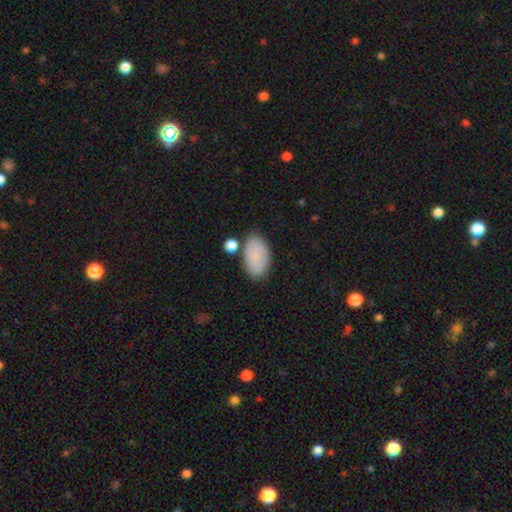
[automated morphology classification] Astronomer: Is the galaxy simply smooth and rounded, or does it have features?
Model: smooth — 86%.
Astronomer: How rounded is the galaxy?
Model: in between — 95%.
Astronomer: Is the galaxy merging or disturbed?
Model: none — 75%.